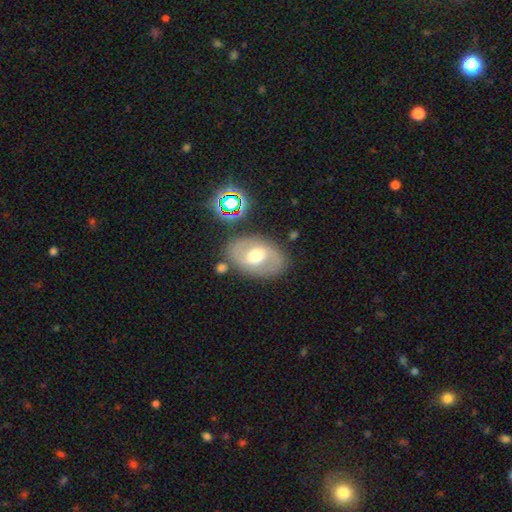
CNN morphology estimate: This appears to be a featured or disk galaxy (52%). Merging: none (77%).